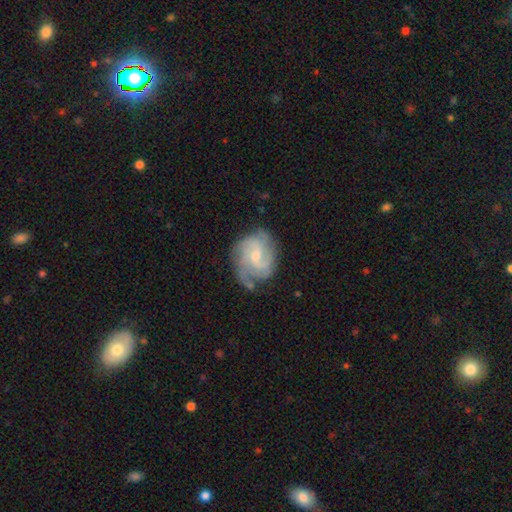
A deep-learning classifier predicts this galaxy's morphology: Overall: featured or disk (84%). Edge-on disk: no (98%). Bar: weak (47%; no 45%). Spiral arms: yes (96%). Spiral arm count: 3 (39%; 2 19%). Spiral winding: tight (45%; medium 43%). Bulge size: small (56%; moderate 38%). Merging: none (66%).